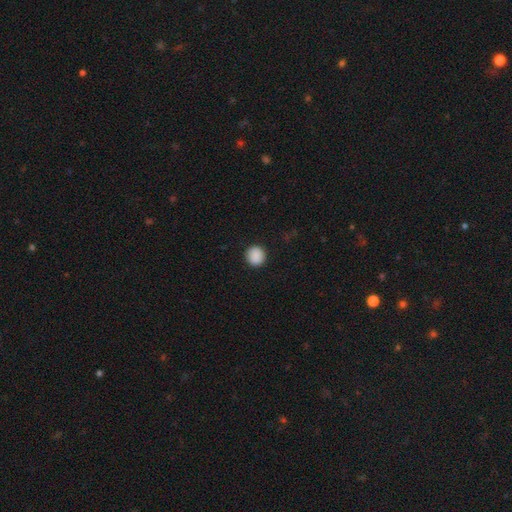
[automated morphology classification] Smooth or featured? smooth (90%)
How rounded? round (92%)
Merging? none (92%)